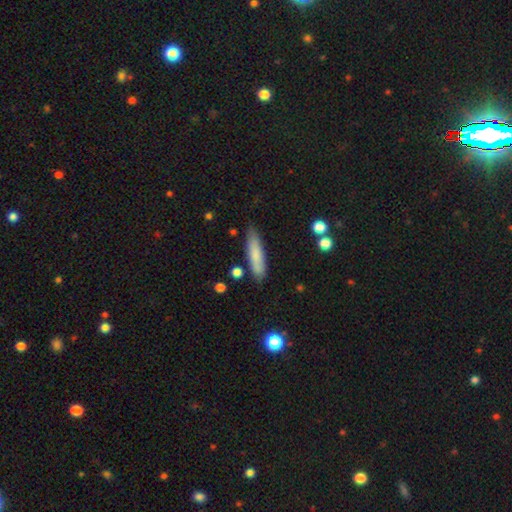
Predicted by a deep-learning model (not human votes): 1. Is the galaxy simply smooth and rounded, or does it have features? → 77% smooth, 16% featured or disk, 6% star or artifact.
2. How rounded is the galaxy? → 74% cigar-shaped, 24% in between, 2% round.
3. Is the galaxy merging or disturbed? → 80% none, 14% minor disturbance, 3% merger, 3% major disturbance.